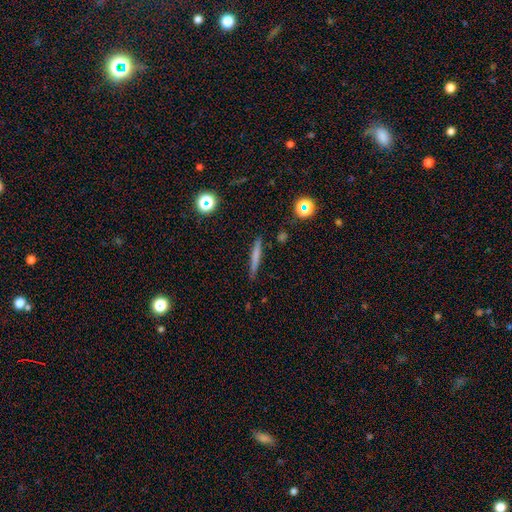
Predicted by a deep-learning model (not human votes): smooth_or_featured: smooth (p=0.60) [alt: featured or disk p=0.30]
how_rounded: cigar-shaped (p=0.93) [alt: in between p=0.04]
merging: none (p=0.86) [alt: minor disturbance p=0.09]